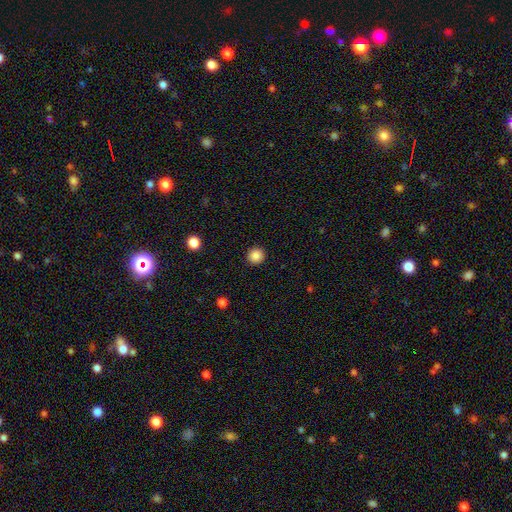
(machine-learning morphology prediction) smooth_or_featured: smooth (p=0.86) [alt: star or artifact p=0.10]
how_rounded: round (p=0.94) [alt: in between p=0.05]
merging: none (p=0.92) [alt: minor disturbance p=0.05]